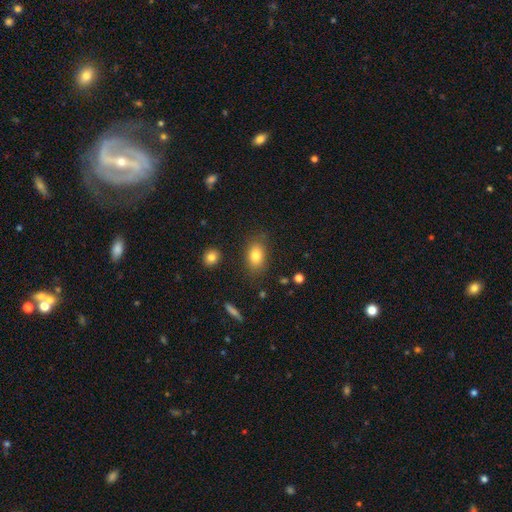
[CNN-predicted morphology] Smooth or featured? Predicted: smooth (p=0.80). How rounded? Predicted: in between (p=0.82). Merging? Predicted: none (p=0.82).